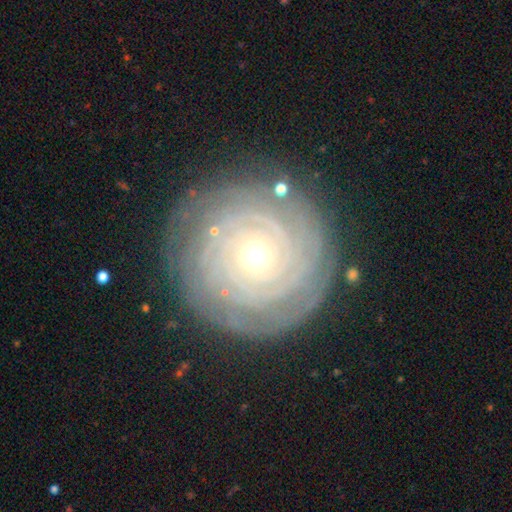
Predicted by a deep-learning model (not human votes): A featured or disk galaxy (83%) with no bar (85%), tight (90%) spiral arms (96%) and a small central bulge (66%).

Vote fractions:
- Smooth or featured? featured or disk: 83% / smooth: 10% / star or artifact: 7%
- Edge-on disk? no: 97% / yes: 3%
- Bar? no: 85% / weak: 11% / strong: 5%
- Spiral arms? yes: 96% / no: 4%
- Spiral winding? tight: 90% / medium: 8% / loose: 2%
- Spiral arm count? can't tell: 29% / 4: 20% / more than 4: 17% / 3: 15% / 2: 13% / 1: 7%
- Bulge size? small: 66% / moderate: 31% / large: 2% / dominant: 1% / none: 1%
- Merging? none: 85% / minor disturbance: 11% / major disturbance: 3% / merger: 1%